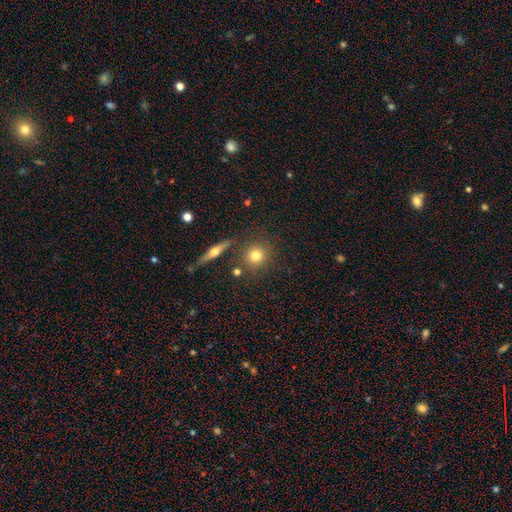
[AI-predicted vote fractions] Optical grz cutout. It shows a smooth galaxy with no disk features (74%) that is round (90%). Merging: none (81%).